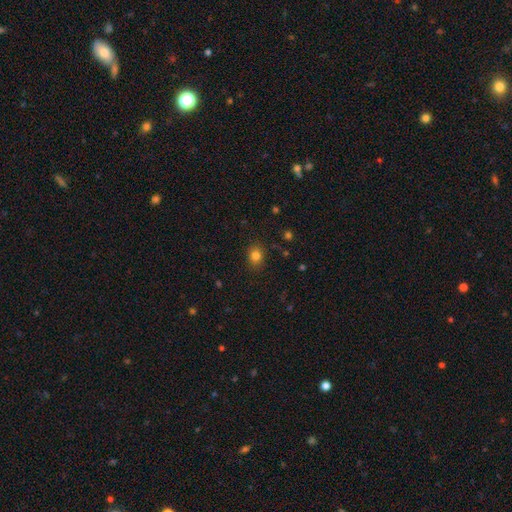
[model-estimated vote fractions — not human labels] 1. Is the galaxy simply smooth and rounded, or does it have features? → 81% smooth, 13% star or artifact, 6% featured or disk.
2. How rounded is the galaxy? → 62% round, 37% in between, 1% cigar-shaped.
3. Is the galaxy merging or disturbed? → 85% none, 10% minor disturbance, 3% major disturbance, 1% merger.